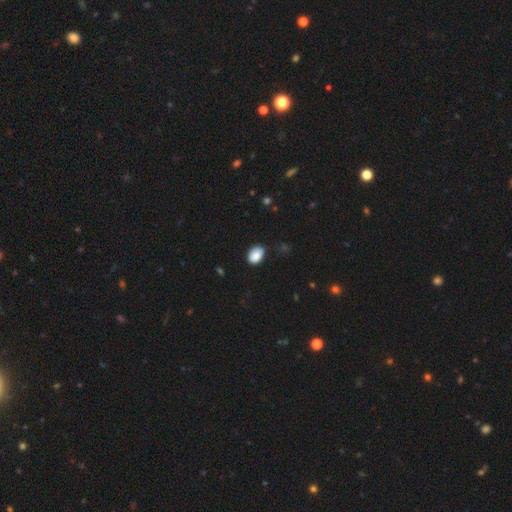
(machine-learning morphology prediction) smooth 87%, star or artifact 8%, featured or disk 5%. Down the decision tree: how rounded — in between (82%); merging — none (73%).